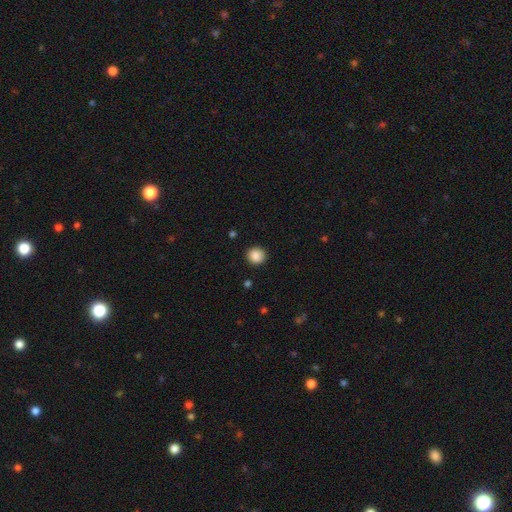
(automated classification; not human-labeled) A smooth galaxy with no disk features (88%) that is round (91%).

Vote fractions:
- Smooth or featured? smooth: 88% / star or artifact: 9% / featured or disk: 3%
- How rounded? round: 91% / in between: 8% / cigar-shaped: 1%
- Merging? none: 91% / minor disturbance: 6% / major disturbance: 2% / merger: 1%